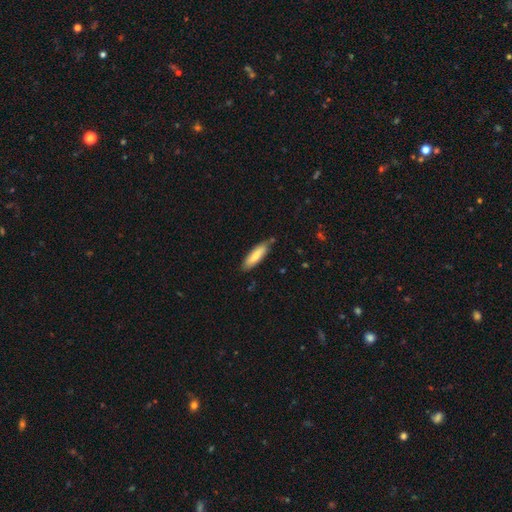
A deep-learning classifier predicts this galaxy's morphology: smooth 78%, featured or disk 17%, star or artifact 6%. Down the decision tree: how rounded — cigar-shaped (59%); merging — none (80%).